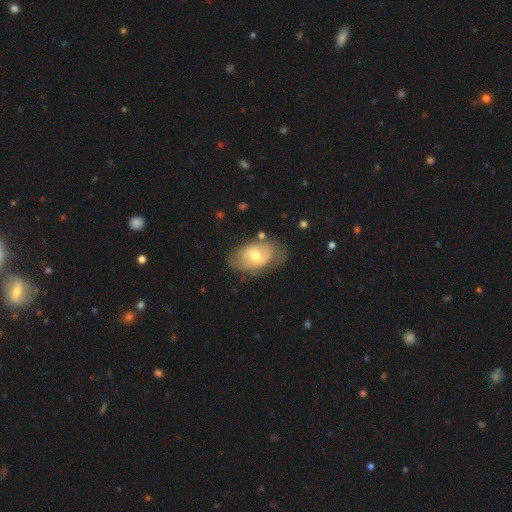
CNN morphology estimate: This appears to be a featured or disk galaxy (50%). Merging: none (63%).